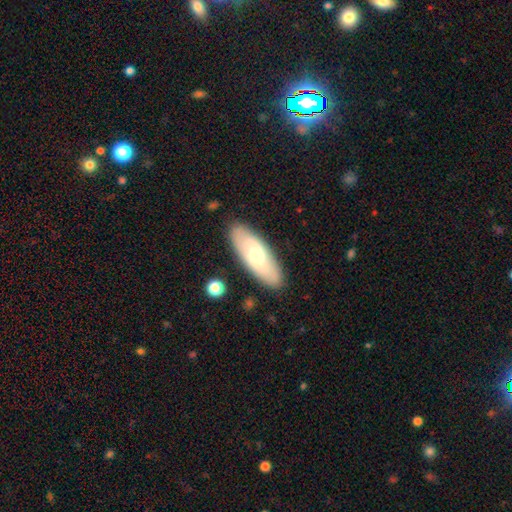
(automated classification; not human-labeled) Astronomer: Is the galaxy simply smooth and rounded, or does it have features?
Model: smooth — 49% (runner-up: featured or disk, 46%).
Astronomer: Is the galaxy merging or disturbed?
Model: none — 87%.